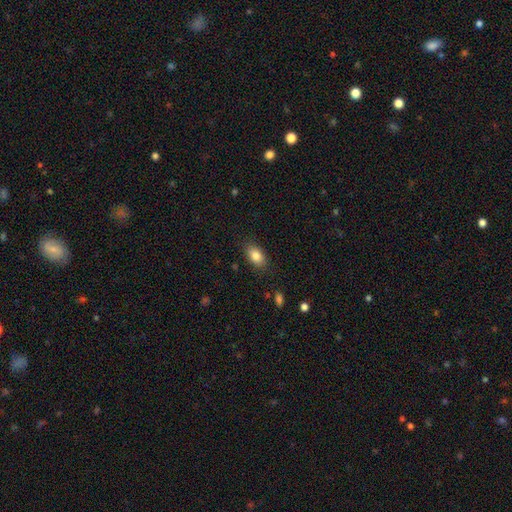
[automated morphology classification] This appears to be a smooth galaxy with no disk features (85%) that is in between round and cigar-shaped (88%). Merging: none (85%).